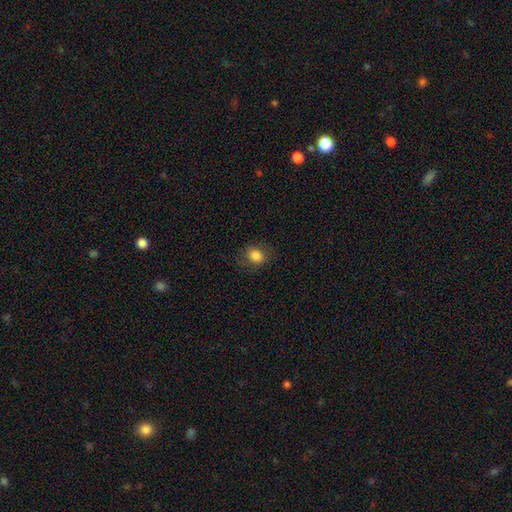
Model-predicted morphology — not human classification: smooth-or-featured: smooth: 83% | star or artifact: 9% | featured or disk: 8%
  how-rounded: in between: 58% | round: 41% | cigar-shaped: 1%
  merging: none: 78% | minor disturbance: 15% | major disturbance: 6% | merger: 1%